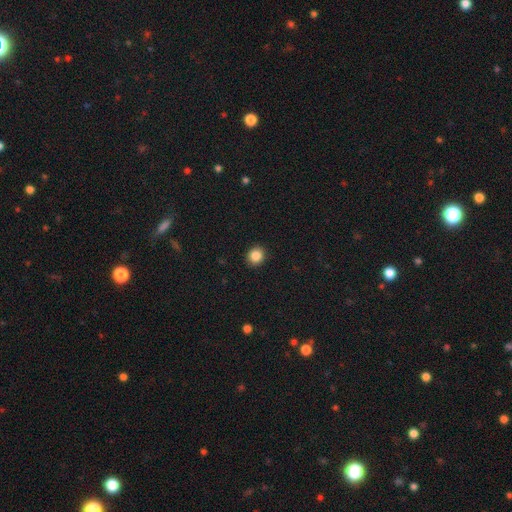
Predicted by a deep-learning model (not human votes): Morphology: type=smooth (86%); roundness=round (83%); merging=none (92%).